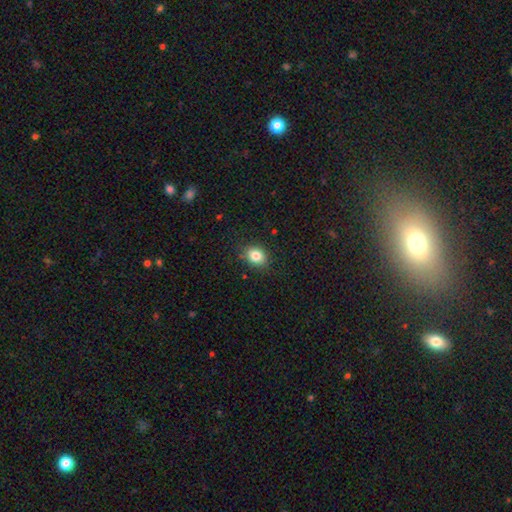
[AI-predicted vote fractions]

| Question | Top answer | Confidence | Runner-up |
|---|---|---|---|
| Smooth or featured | smooth | 83% | star or artifact (10%) |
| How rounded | in between | 51% | round (48%) |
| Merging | none | 84% | minor disturbance (12%) |